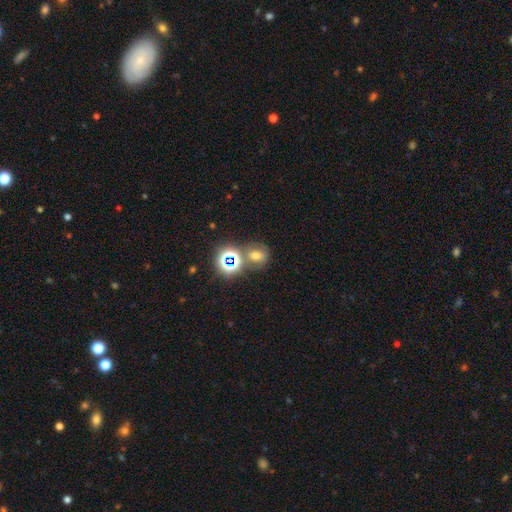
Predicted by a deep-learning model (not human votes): Smooth or featured? Predicted: smooth (p=0.50). Merging? Predicted: none (p=0.56).